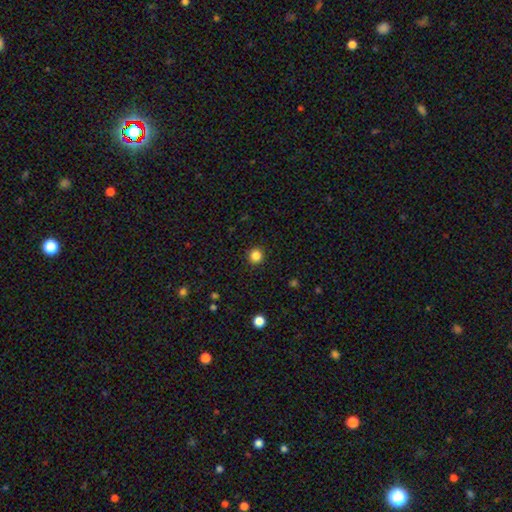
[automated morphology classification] Smooth or featured?
  - smooth: 85% *
  - star or artifact: 12%
  - featured or disk: 3%
How rounded?
  - round: 95% *
  - in between: 4%
  - cigar-shaped: 1%
Merging?
  - none: 93% *
  - minor disturbance: 5%
  - major disturbance: 2%
  - merger: 1%